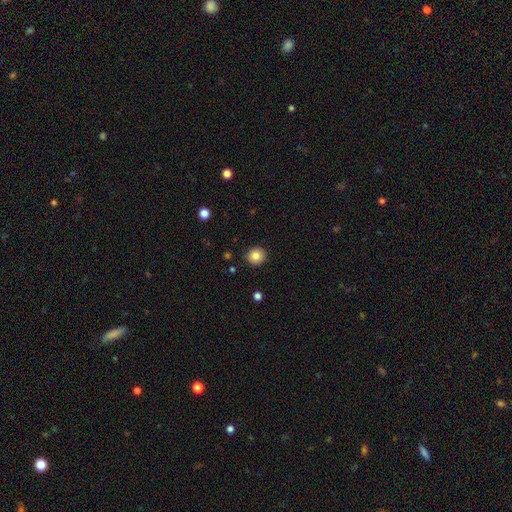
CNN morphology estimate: smooth 83%, star or artifact 10%, featured or disk 7%. Down the decision tree: how rounded — round (90%); merging — none (91%).